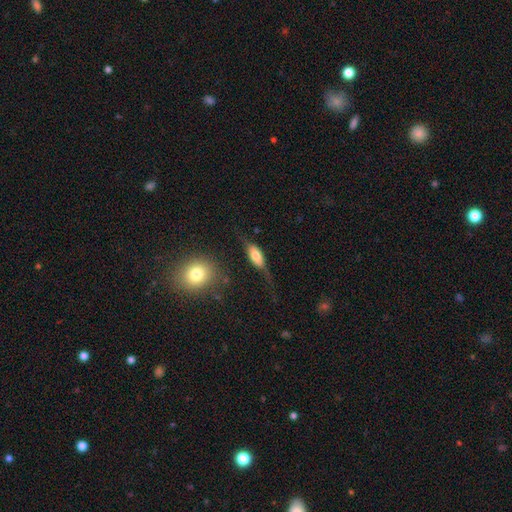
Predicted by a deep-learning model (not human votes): This is possibly a smooth galaxy (59%). How rounded: likely in between (78%). Merging: possibly none (46%).